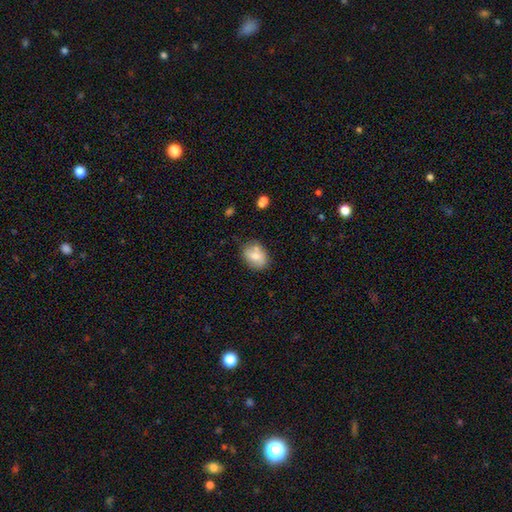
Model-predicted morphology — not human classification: Smooth or featured? smooth (71%)
How rounded? in between (66%)
Merging? none (67%)